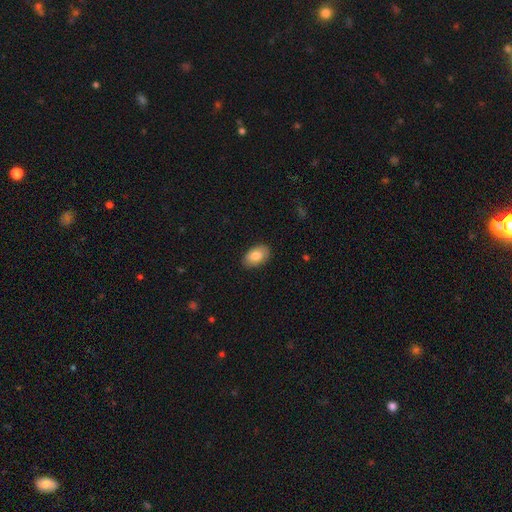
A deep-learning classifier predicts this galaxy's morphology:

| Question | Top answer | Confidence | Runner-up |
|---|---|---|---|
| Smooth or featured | smooth | 81% | featured or disk (13%) |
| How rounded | in between | 92% | round (6%) |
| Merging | none | 86% | minor disturbance (11%) |